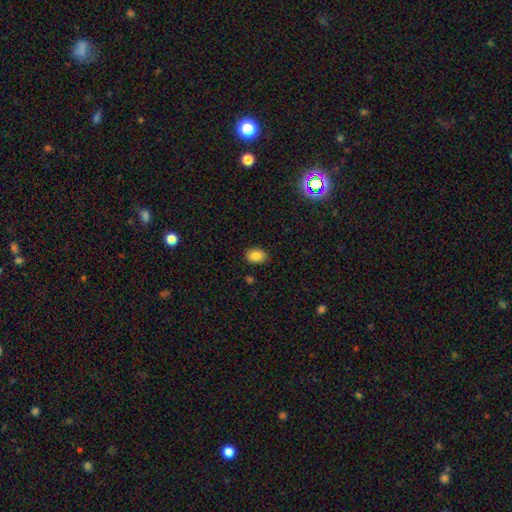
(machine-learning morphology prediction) Smooth or featured? Predicted: smooth (p=0.85). How rounded? Predicted: in between (p=0.81). Merging? Predicted: none (p=0.87).